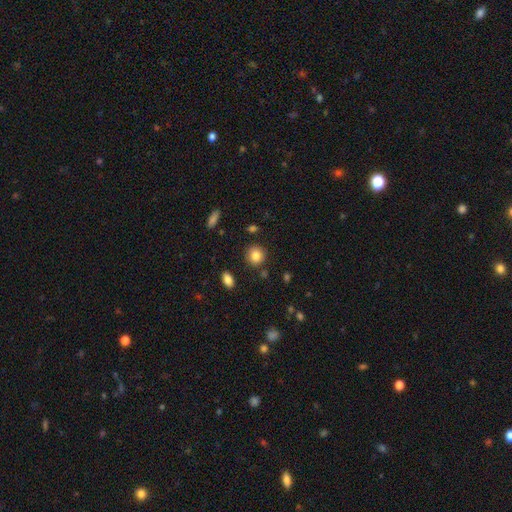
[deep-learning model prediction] smooth 84%, star or artifact 9%, featured or disk 6%. Down the decision tree: how rounded — round (86%); merging — none (87%).